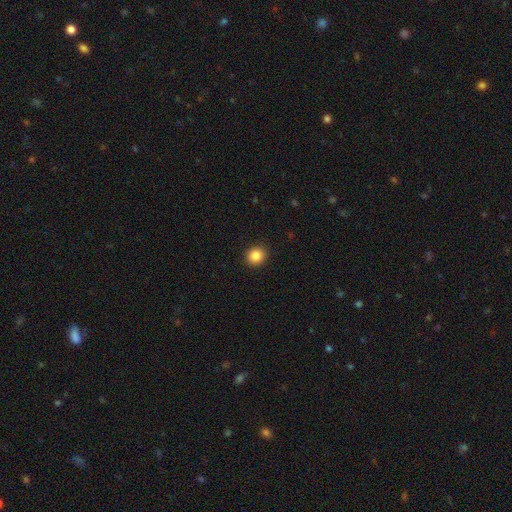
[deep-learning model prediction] smooth-or-featured: smooth: 85% | star or artifact: 10% | featured or disk: 5%
  how-rounded: round: 80% | in between: 19% | cigar-shaped: 1%
  merging: none: 92% | minor disturbance: 6% | major disturbance: 2% | merger: 1%